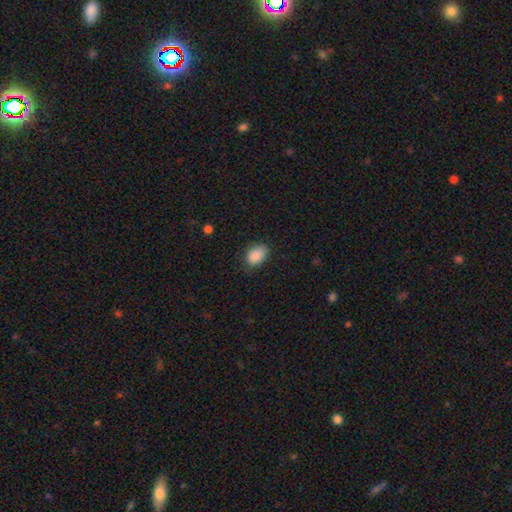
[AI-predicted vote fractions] smooth 88%, star or artifact 8%, featured or disk 4%. Down the decision tree: how rounded — in between (80%); merging — none (75%).